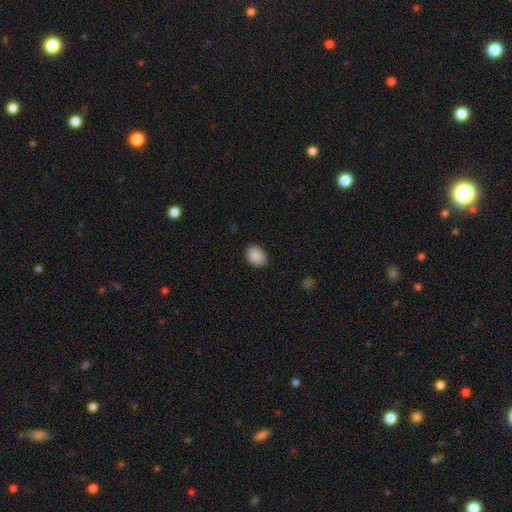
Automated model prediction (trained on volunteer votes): smooth-or-featured: smooth: 89% | star or artifact: 8% | featured or disk: 4%
  how-rounded: in between: 56% | round: 43% | cigar-shaped: 1%
  merging: none: 84% | minor disturbance: 12% | major disturbance: 2% | merger: 1%